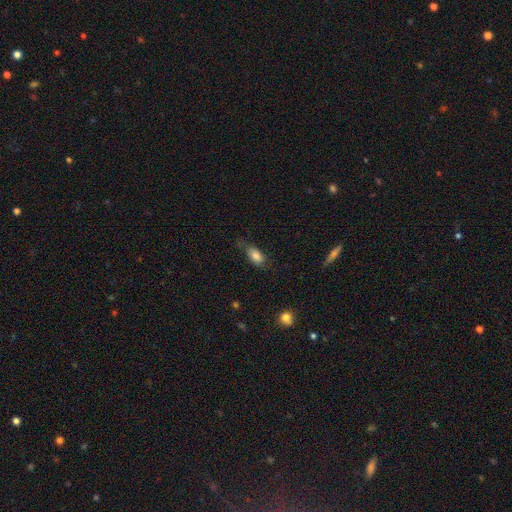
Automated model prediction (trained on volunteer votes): Smooth or featured? Predicted: smooth (p=0.81). How rounded? Predicted: in between (p=0.87). Merging? Predicted: none (p=0.56).